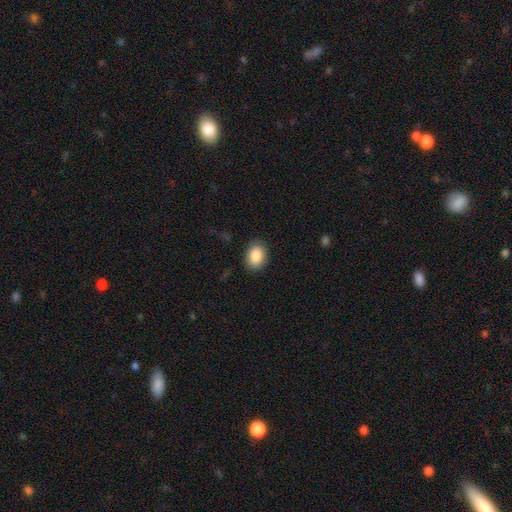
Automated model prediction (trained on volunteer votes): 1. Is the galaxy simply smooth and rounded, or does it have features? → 88% smooth, 7% star or artifact, 5% featured or disk.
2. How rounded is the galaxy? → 78% in between, 21% round, 1% cigar-shaped.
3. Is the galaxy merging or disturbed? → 87% none, 9% minor disturbance, 3% major disturbance, 1% merger.